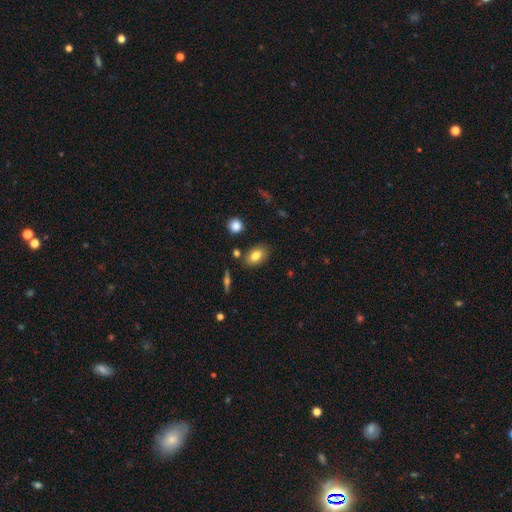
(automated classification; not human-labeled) The model was most divided on "smooth or featured": smooth: 79%, featured or disk: 13%, star or artifact: 8%. More confident: how rounded — in between (87%); merging — none (81%).